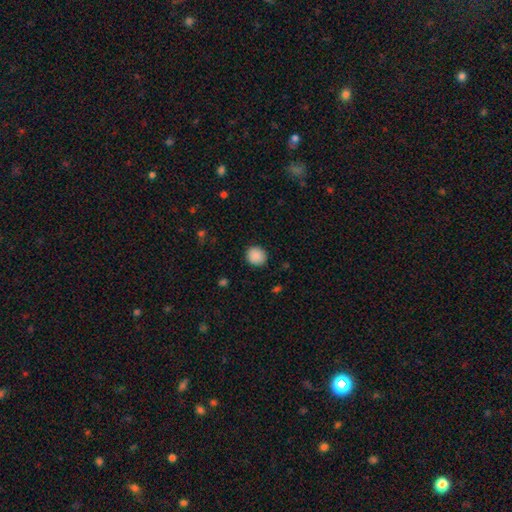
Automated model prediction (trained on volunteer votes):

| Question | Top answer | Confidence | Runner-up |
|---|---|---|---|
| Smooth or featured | smooth | 89% | star or artifact (8%) |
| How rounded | round | 84% | in between (16%) |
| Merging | none | 89% | minor disturbance (8%) |